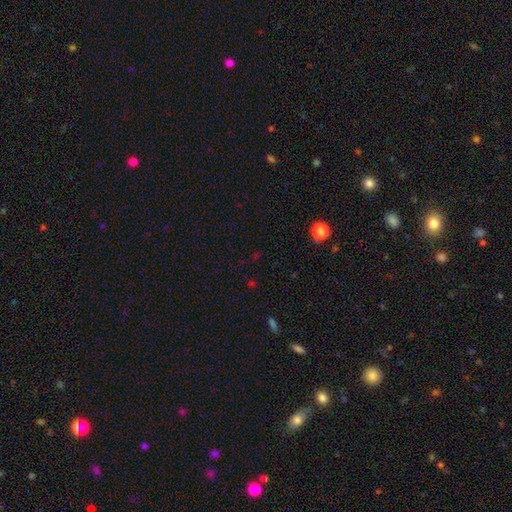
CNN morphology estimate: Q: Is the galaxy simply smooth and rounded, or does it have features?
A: star or artifact — 60%.